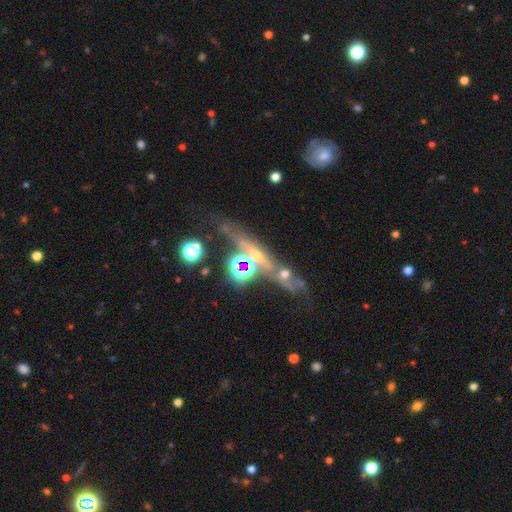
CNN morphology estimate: Smooth or featured: featured or disk — 50% (star or artifact — 33%)
Merging: none — 39% (merger — 27%)